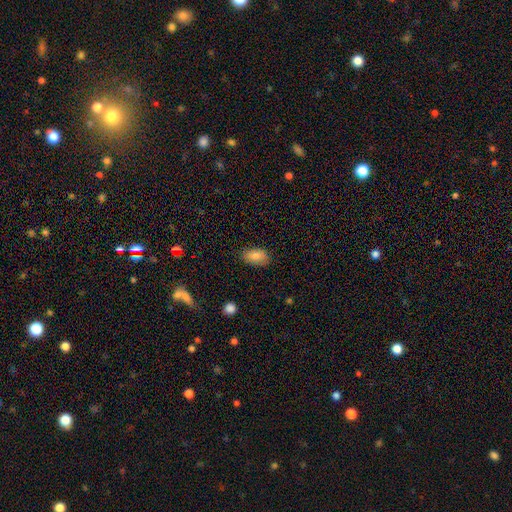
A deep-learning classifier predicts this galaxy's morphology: Q: Smooth or featured?
A: smooth (83%); runner-up: featured or disk (9%)
Q: How rounded?
A: in between (92%); runner-up: round (6%)
Q: Merging?
A: none (83%); runner-up: minor disturbance (14%)